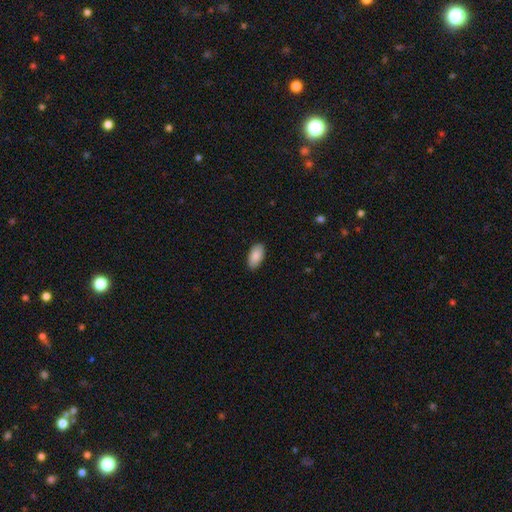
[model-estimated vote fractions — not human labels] Overall: smooth (88%). How rounded: in between (94%). Merging: none (87%).